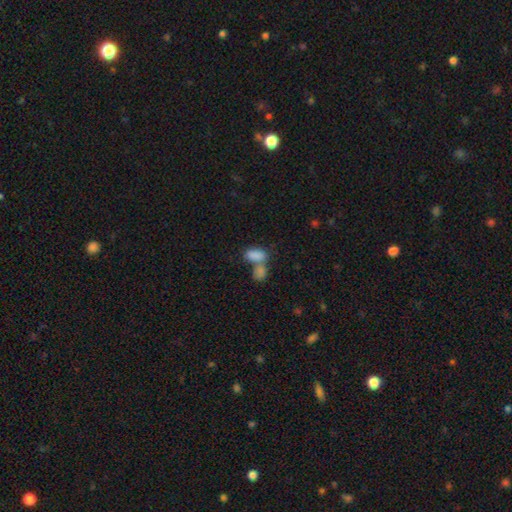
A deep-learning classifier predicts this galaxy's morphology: Smooth or featured: smooth — 83% (star or artifact — 9%)
How rounded: in between — 91% (round — 6%)
Merging: merger — 60% (none — 27%)